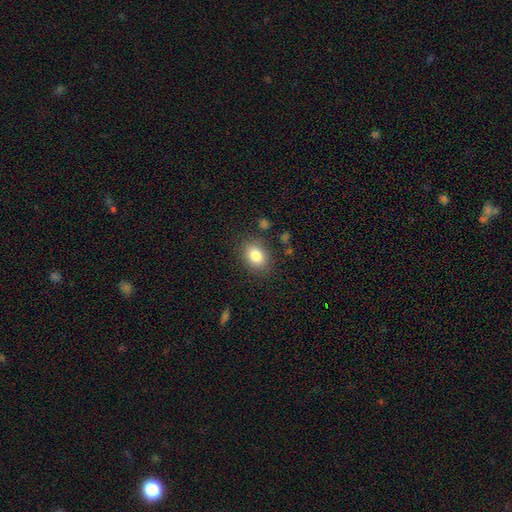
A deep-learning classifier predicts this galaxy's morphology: Smooth or featured? smooth (83%)
How rounded? in between (68%)
Merging? none (83%)